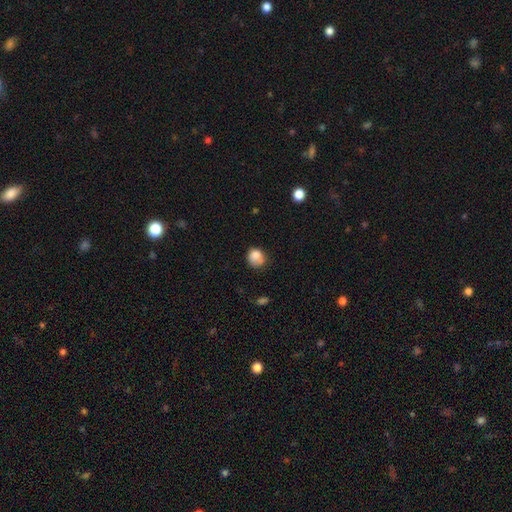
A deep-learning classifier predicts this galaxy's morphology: A smooth galaxy with no disk features (80%) that is round (77%). Merging: none (50%).